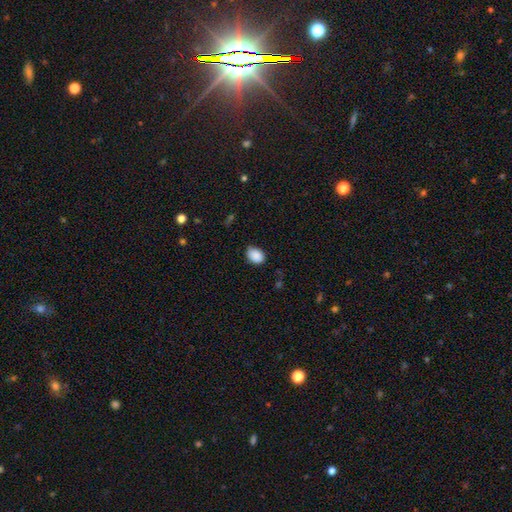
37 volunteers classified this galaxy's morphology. Smooth or featured: smooth — 89% (star or artifact — 8%)
How rounded: in between — 94% (round — 6%)
Merging: none — 82% (minor disturbance — 18%)